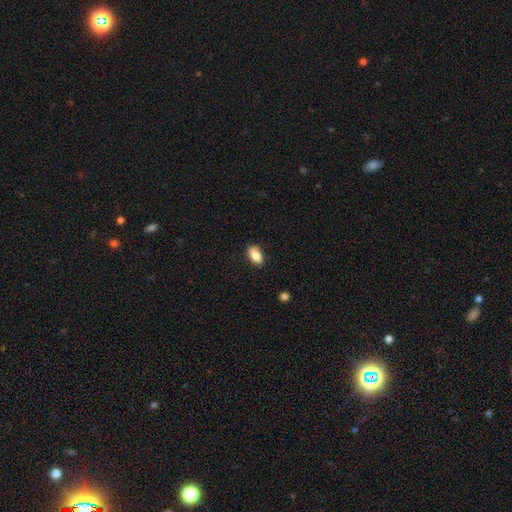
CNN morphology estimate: Smooth or featured? smooth (85%)
How rounded? in between (90%)
Merging? none (84%)